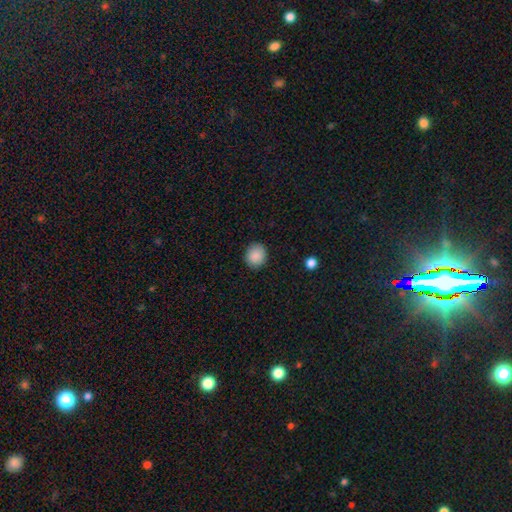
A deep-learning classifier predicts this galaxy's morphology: A smooth galaxy with no disk features (89%) that is round (80%). Merging: none (90%).